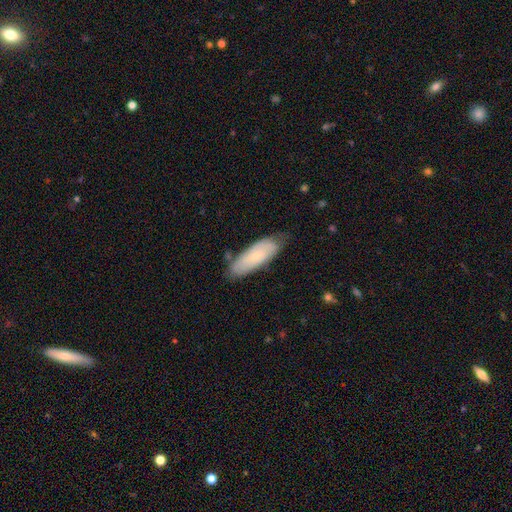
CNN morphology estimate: type=smooth (68%); roundness=in between (64%); merging=none (65%).